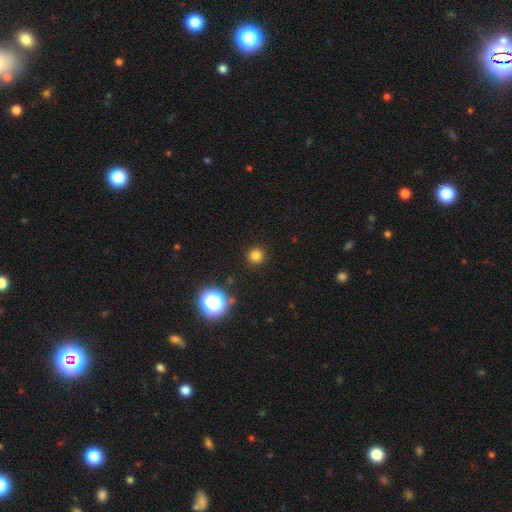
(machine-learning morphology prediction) Smooth or featured?
  - smooth: 78% *
  - star or artifact: 17%
  - featured or disk: 5%
How rounded?
  - round: 95% *
  - in between: 4%
  - cigar-shaped: 1%
Merging?
  - none: 92% *
  - minor disturbance: 5%
  - major disturbance: 2%
  - merger: 1%